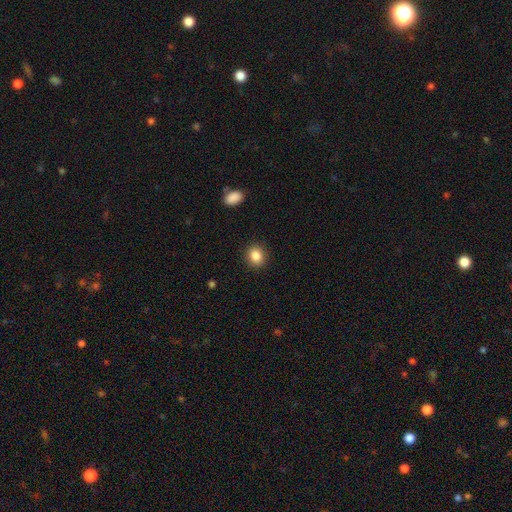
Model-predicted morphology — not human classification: This appears to be a smooth galaxy with no disk features (86%) that is round (73%). Merging: none (90%).